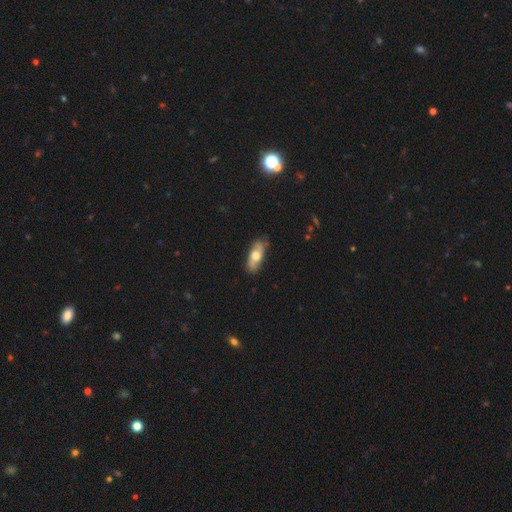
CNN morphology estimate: smooth 62%, featured or disk 33%, star or artifact 6%. Down the decision tree: how rounded — in between (71%); merging — none (81%).